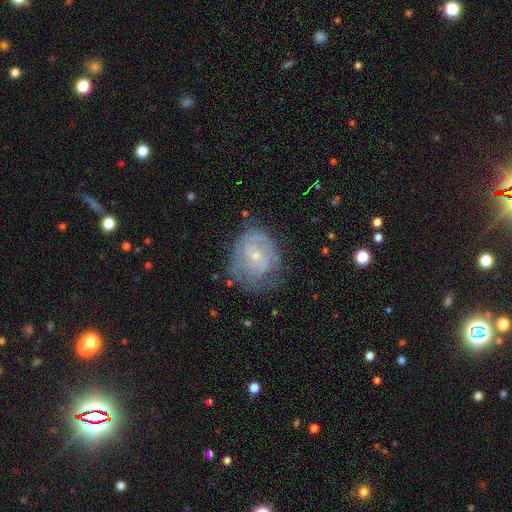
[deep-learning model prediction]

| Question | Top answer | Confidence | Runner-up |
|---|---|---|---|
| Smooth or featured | featured or disk | 70% | smooth (22%) |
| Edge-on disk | no | 97% | yes (3%) |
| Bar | no | 62% | weak (32%) |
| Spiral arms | yes | 78% | no (22%) |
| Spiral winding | tight | 54% | medium (34%) |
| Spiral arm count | can't tell | 47% | 2 (30%) |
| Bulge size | small | 74% | moderate (21%) |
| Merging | none | 61% | minor disturbance (25%) |